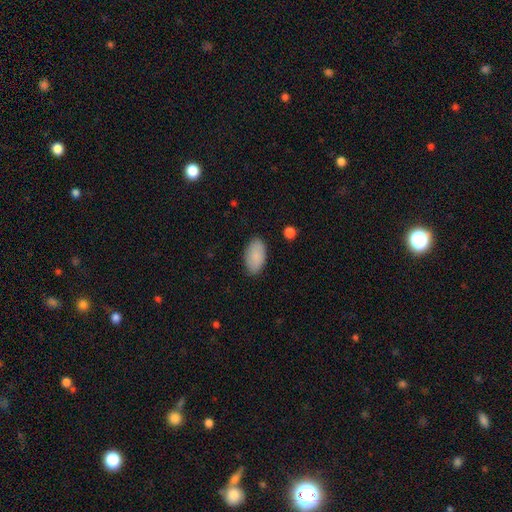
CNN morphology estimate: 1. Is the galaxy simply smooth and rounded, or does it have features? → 87% smooth, 7% featured or disk, 6% star or artifact.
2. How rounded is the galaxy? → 95% in between, 3% round, 3% cigar-shaped.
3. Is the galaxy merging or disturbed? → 86% none, 11% minor disturbance, 2% major disturbance, 1% merger.